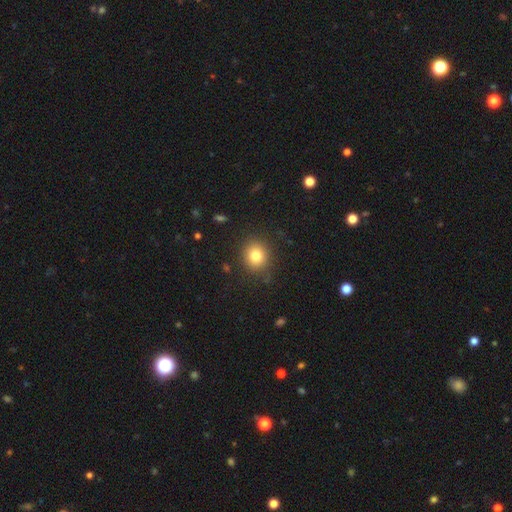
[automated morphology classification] This appears to be a smooth galaxy with no disk features (80%) that is round (82%). Merging: none (87%).